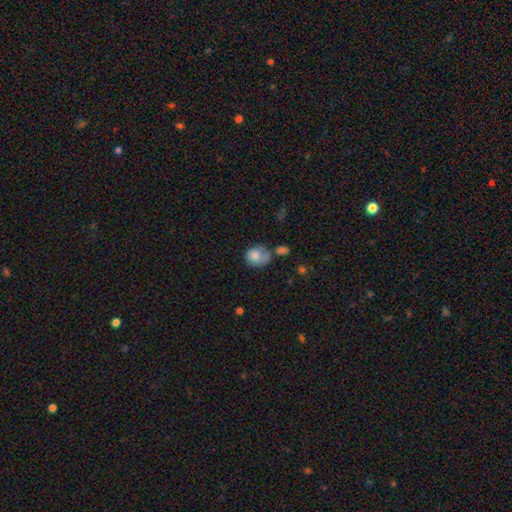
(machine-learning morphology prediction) smooth_or_featured: smooth (p=0.76) [alt: featured or disk p=0.16]
how_rounded: round (p=0.56) [alt: in between p=0.43]
merging: none (p=0.37) [alt: minor disturbance p=0.29]